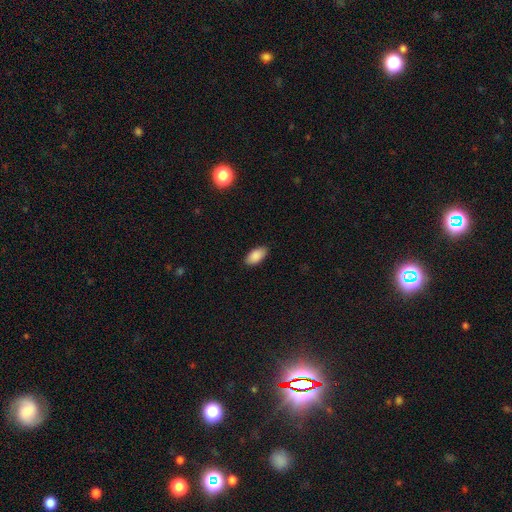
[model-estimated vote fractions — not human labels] A smooth galaxy with no disk features (89%) that is in between round and cigar-shaped (93%). Merging: none (86%).